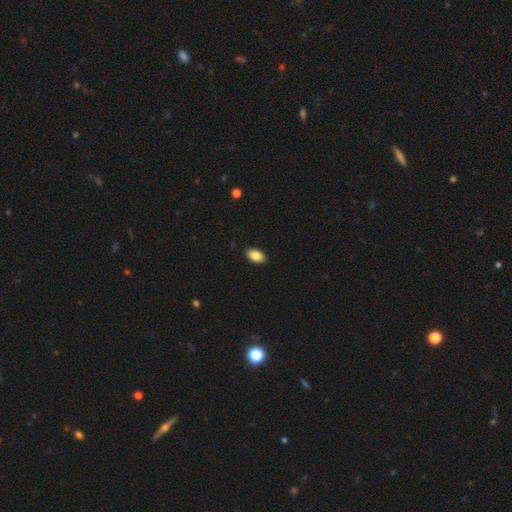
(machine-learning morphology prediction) This appears to be a smooth galaxy with no disk features (85%) that is in between round and cigar-shaped (92%). Merging: none (90%).